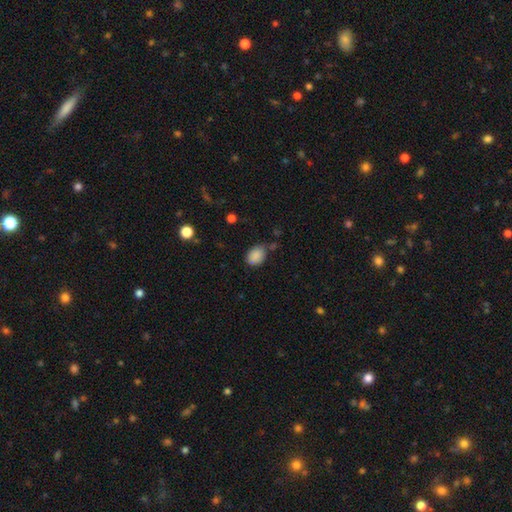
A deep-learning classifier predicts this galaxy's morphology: This appears to be a smooth galaxy with no disk features (87%) that is in between round and cigar-shaped (65%). Merging: none (67%).